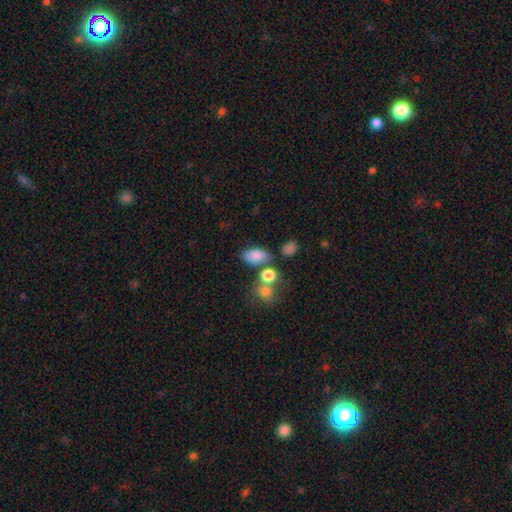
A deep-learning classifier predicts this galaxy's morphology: Q: Smooth or featured?
A: smooth (83%); runner-up: star or artifact (10%)
Q: How rounded?
A: in between (88%); runner-up: round (10%)
Q: Merging?
A: none (63%); runner-up: merger (18%)